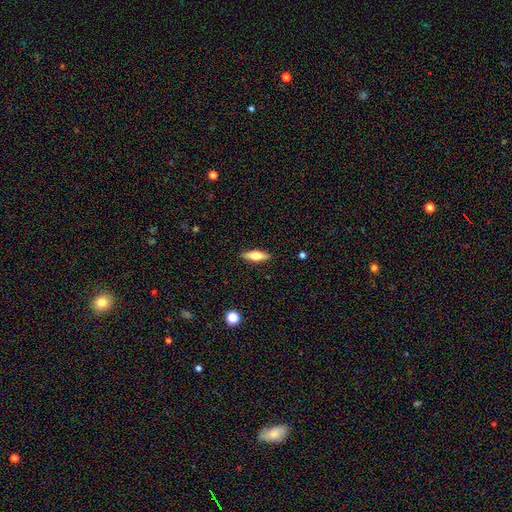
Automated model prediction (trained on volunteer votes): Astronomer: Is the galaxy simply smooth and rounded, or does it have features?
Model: smooth — 49% (runner-up: featured or disk, 44%).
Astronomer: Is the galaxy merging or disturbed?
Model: none — 89%.